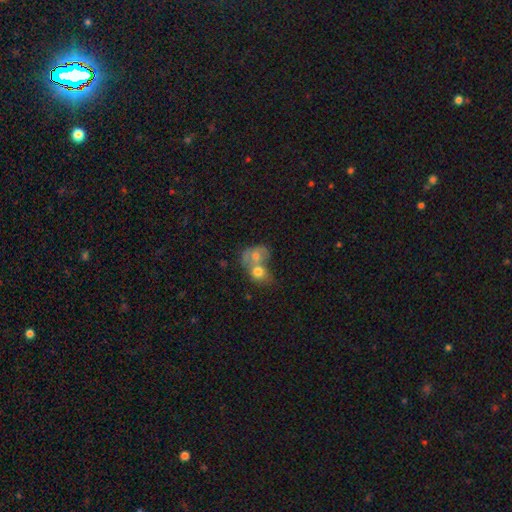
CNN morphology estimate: The model was most divided on "how rounded": in between: 51%, round: 48%, cigar-shaped: 1%. More confident: merging — merger (74%); smooth or featured — smooth (64%).